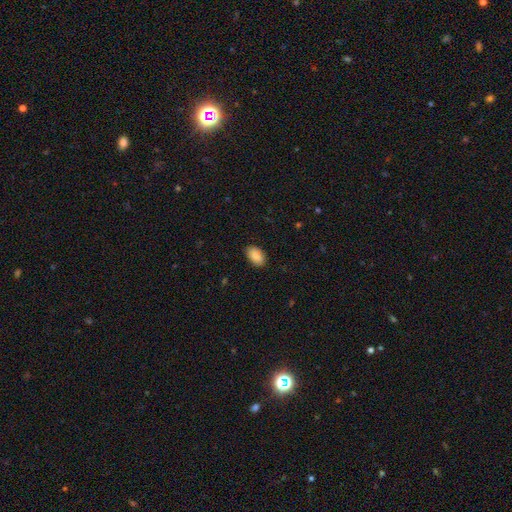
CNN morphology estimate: Q: Smooth or featured?
A: smooth (88%); runner-up: star or artifact (7%)
Q: How rounded?
A: in between (92%); runner-up: round (6%)
Q: Merging?
A: none (87%); runner-up: minor disturbance (10%)